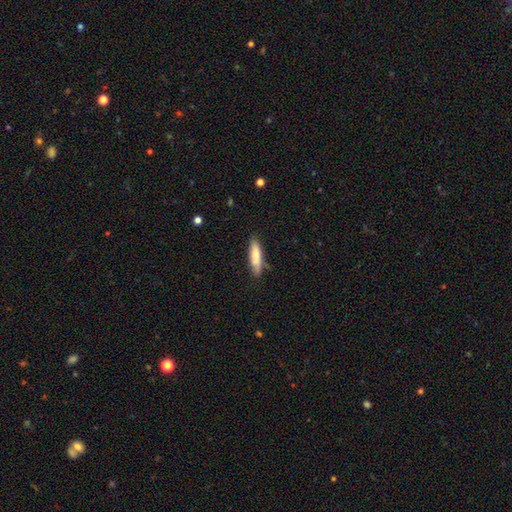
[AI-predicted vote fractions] Smooth or featured: smooth — 74% (featured or disk — 20%)
How rounded: cigar-shaped — 71% (in between — 27%)
Merging: none — 73% (minor disturbance — 19%)